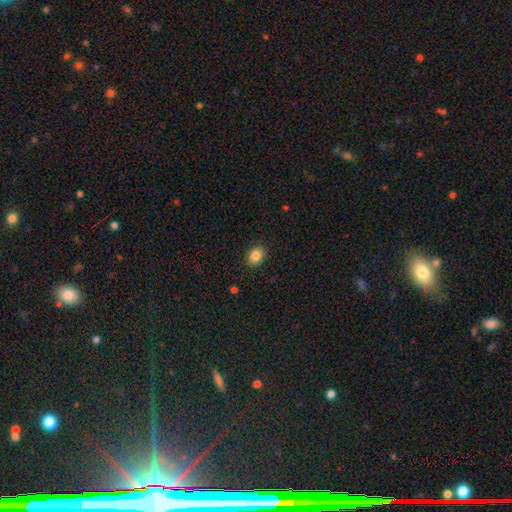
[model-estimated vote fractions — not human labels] The model was most divided on "how rounded": in between: 54%, round: 46%, cigar-shaped: 1%. More confident: merging — none (89%); smooth or featured — smooth (85%).